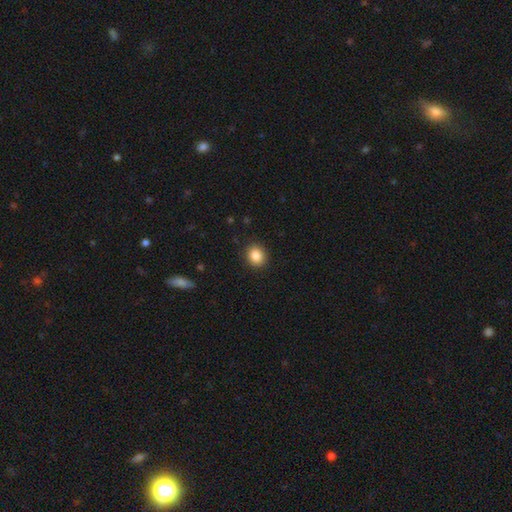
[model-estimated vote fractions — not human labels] This is clearly a smooth galaxy (86%). How rounded: likely round (74%). Merging: clearly none (90%).